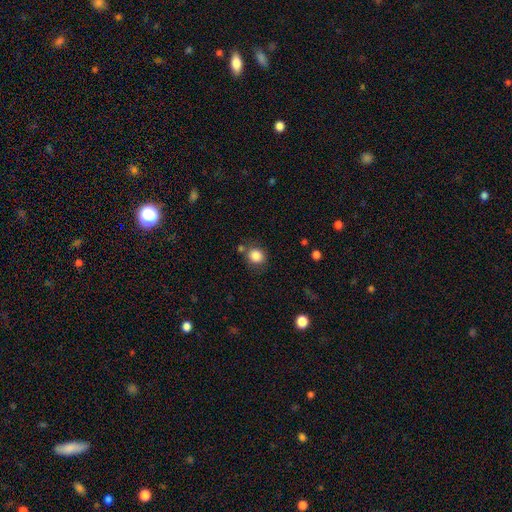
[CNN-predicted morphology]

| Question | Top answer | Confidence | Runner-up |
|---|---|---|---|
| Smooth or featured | smooth | 85% | star or artifact (10%) |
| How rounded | round | 80% | in between (19%) |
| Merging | none | 73% | minor disturbance (14%) |